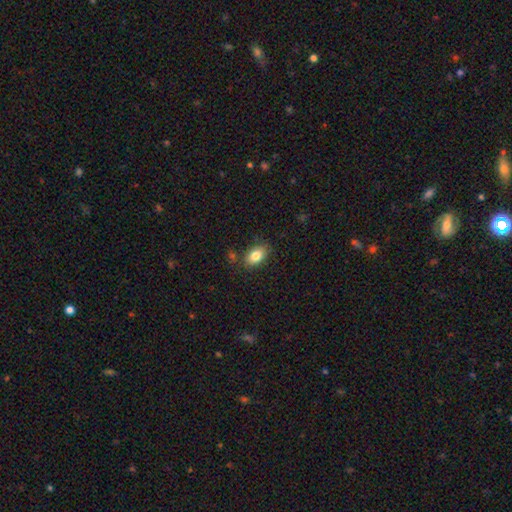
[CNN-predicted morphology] The model was most divided on "merging": none: 81%, minor disturbance: 13%, merger: 3%, major disturbance: 3%. More confident: how rounded — in between (88%); smooth or featured — smooth (82%).